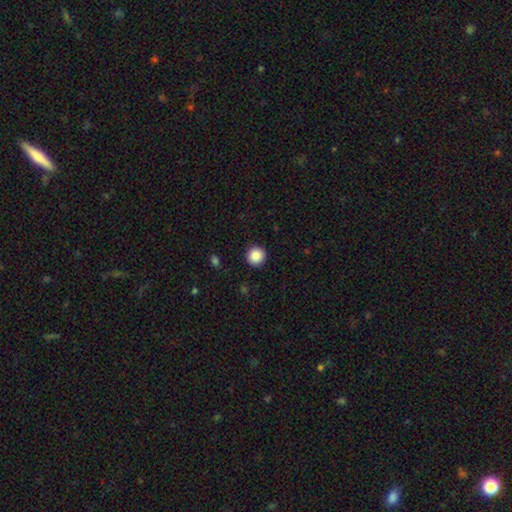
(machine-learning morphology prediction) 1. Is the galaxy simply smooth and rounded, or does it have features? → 88% smooth, 9% star or artifact, 3% featured or disk.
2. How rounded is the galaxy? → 95% round, 4% in between, 1% cigar-shaped.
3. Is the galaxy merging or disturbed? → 92% none, 5% minor disturbance, 2% major disturbance, 1% merger.